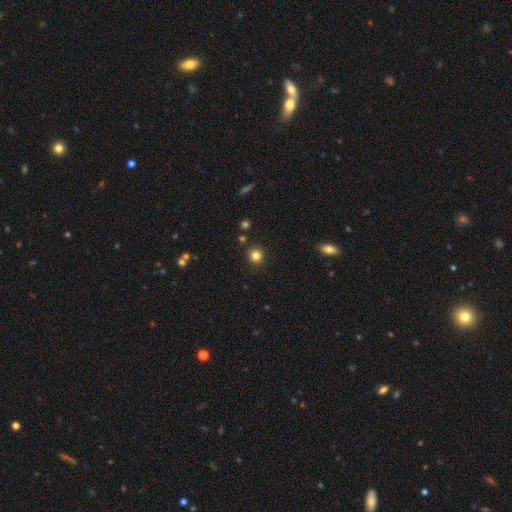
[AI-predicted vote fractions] Smooth or featured: smooth — 82% (star or artifact — 13%)
How rounded: round — 92% (in between — 7%)
Merging: none — 89% (minor disturbance — 7%)